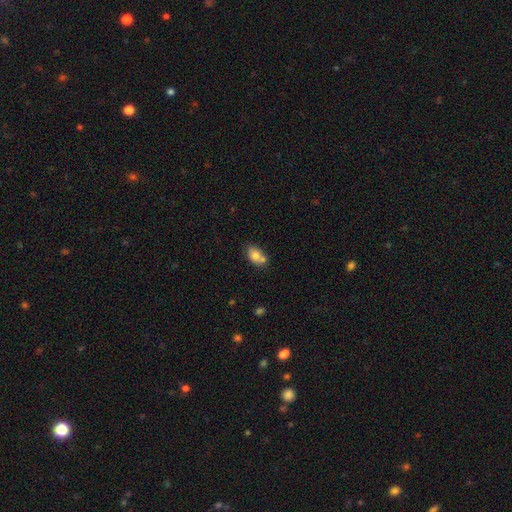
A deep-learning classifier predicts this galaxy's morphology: This is likely a smooth galaxy (74%). How rounded: clearly in between (81%). Merging: possibly none (47%).